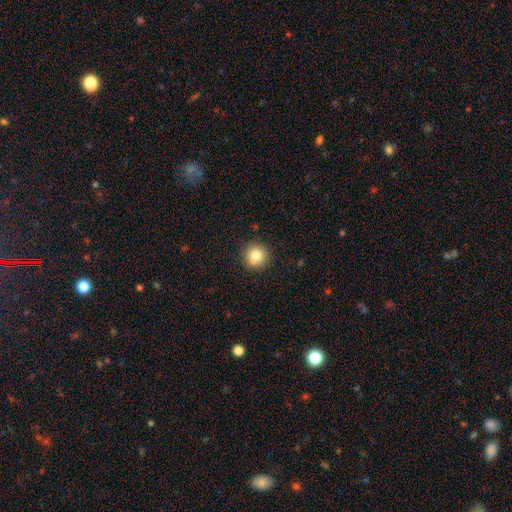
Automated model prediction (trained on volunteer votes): Smooth or featured?
  - smooth: 80% *
  - star or artifact: 11%
  - featured or disk: 10%
How rounded?
  - round: 93% *
  - in between: 6%
  - cigar-shaped: 1%
Merging?
  - none: 79% *
  - minor disturbance: 11%
  - merger: 8%
  - major disturbance: 3%